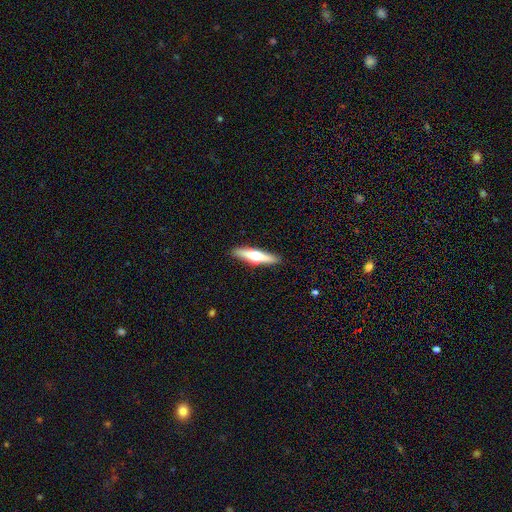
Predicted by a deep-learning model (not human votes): A featured or disk galaxy (56%) viewed edge-on (96%) with a rounded central bulge (93%).

Vote fractions:
- Smooth or featured? featured or disk: 56% / smooth: 39% / star or artifact: 5%
- Edge-on disk? yes: 96% / no: 4%
- Edge-on bulge? rounded: 93% / boxy: 3% / none: 3%
- Merging? none: 91% / minor disturbance: 7% / major disturbance: 2% / merger: 1%